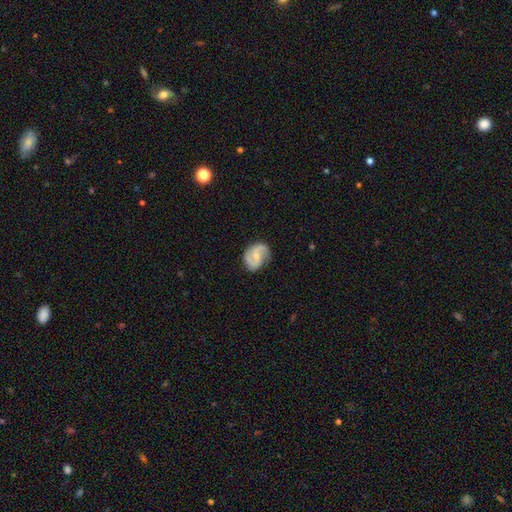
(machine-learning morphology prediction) The model was most divided on "bar": weak: 48%, no: 40%, strong: 12%. More confident: edge-on disk — no (98%); spiral arms — yes (97%); spiral arm count — 2 (90%); smooth or featured — featured or disk (84%); merging — none (80%); bulge size — small (52%); spiral winding — medium (52%).